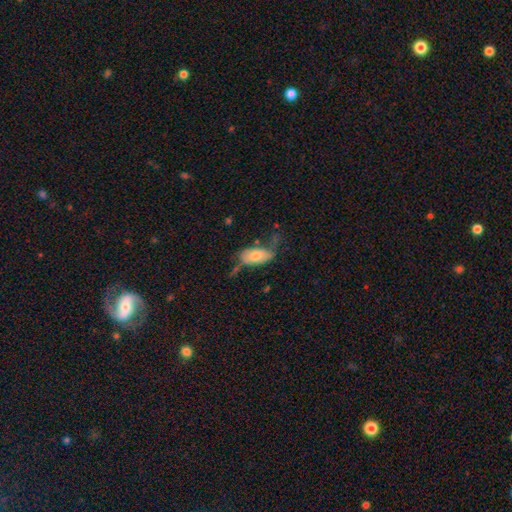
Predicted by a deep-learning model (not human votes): Morphology: type=smooth (66%); roundness=in between (92%); merging=none (40%).